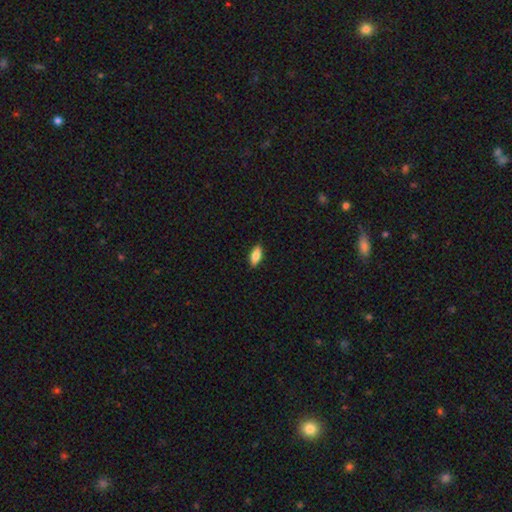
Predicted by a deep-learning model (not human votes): smooth 79%, featured or disk 15%, star or artifact 6%. Down the decision tree: how rounded — in between (81%); merging — none (89%).